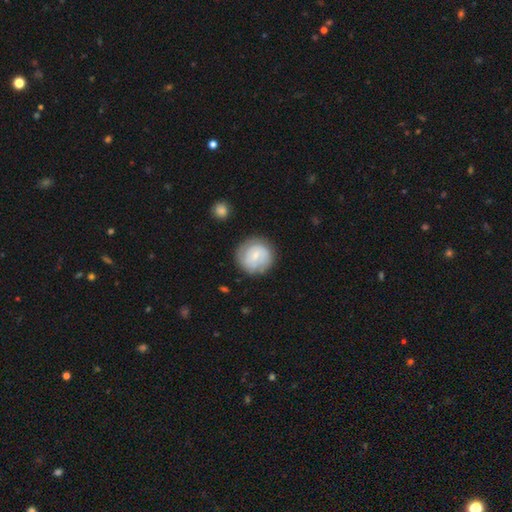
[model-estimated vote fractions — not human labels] smooth-or-featured: featured or disk: 51% | smooth: 43% | star or artifact: 7%
  disk-edge-on: no: 98% | yes: 2%
  merging: none: 79% | minor disturbance: 14% | major disturbance: 5% | merger: 2%